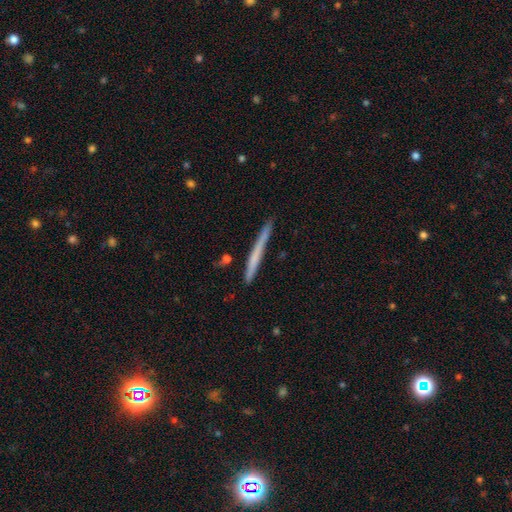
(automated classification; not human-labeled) smooth_or_featured: smooth (p=0.55) [alt: featured or disk p=0.39]
how_rounded: cigar-shaped (p=0.97) [alt: in between p=0.02]
merging: none (p=0.86) [alt: minor disturbance p=0.10]